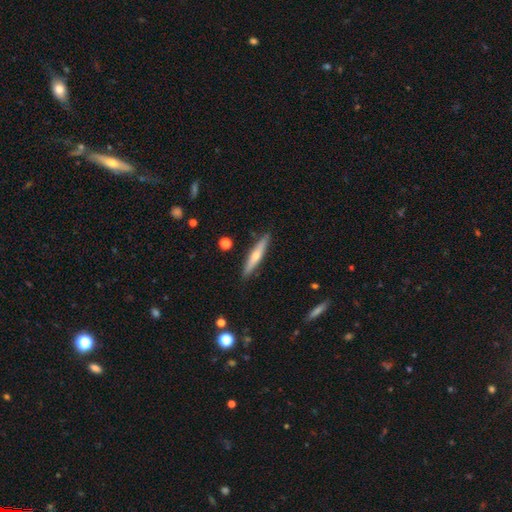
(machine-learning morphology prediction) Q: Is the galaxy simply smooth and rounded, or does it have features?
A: featured or disk — 48%.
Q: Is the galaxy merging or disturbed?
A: none — 88%.